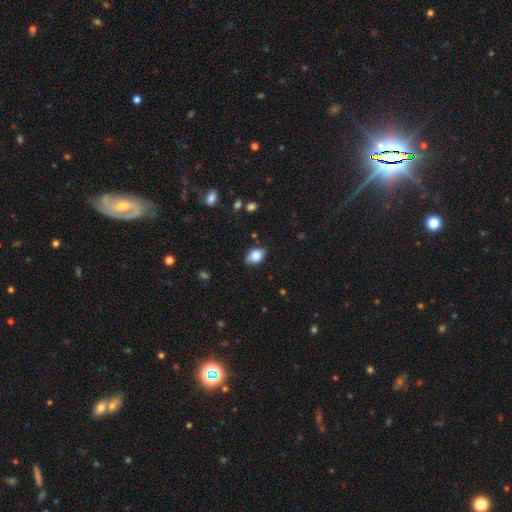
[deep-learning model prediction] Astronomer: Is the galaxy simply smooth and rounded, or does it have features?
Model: smooth — 79%.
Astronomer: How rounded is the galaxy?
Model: in between — 77%.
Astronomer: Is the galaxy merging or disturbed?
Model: none — 76%.